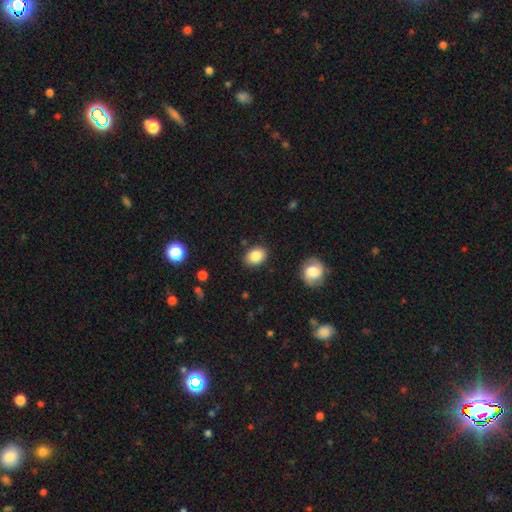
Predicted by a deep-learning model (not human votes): smooth-or-featured: smooth: 86% | star or artifact: 8% | featured or disk: 6%
  how-rounded: in between: 61% | round: 38% | cigar-shaped: 1%
  merging: none: 85% | minor disturbance: 10% | major disturbance: 3% | merger: 2%